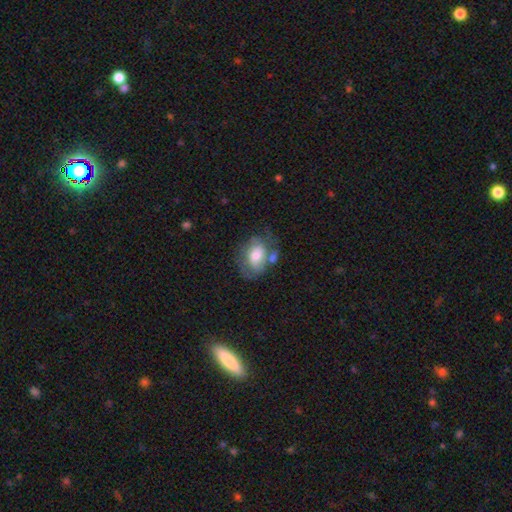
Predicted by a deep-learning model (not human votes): smooth-or-featured: smooth: 54% | featured or disk: 39% | star or artifact: 7%
  how-rounded: in between: 75% | round: 24% | cigar-shaped: 1%
  merging: none: 43% | minor disturbance: 24% | merger: 18% | major disturbance: 15%